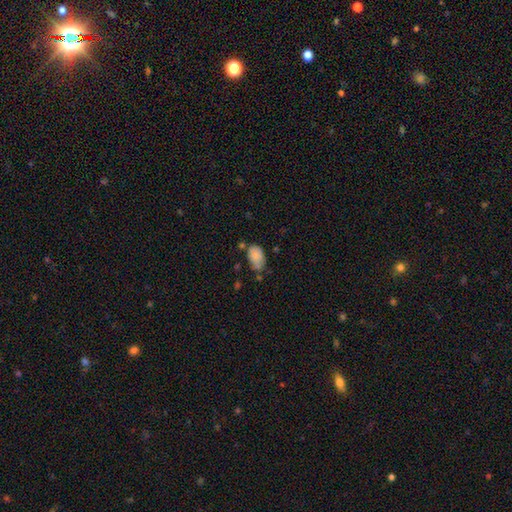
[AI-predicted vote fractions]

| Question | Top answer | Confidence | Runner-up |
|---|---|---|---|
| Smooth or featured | smooth | 77% | featured or disk (14%) |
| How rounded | in between | 88% | round (11%) |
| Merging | none | 45% | minor disturbance (34%) |